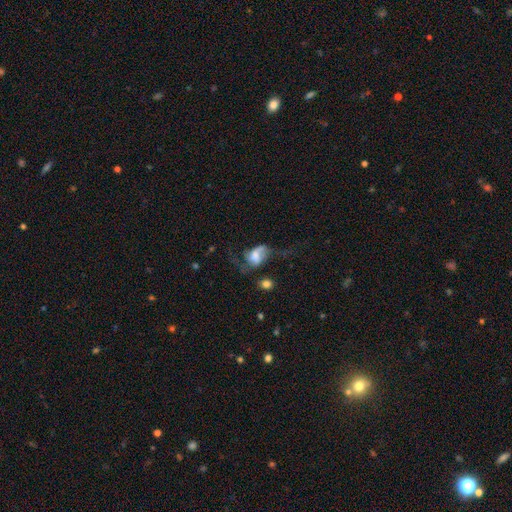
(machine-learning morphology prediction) Smooth or featured: featured or disk — 53% (smooth — 37%)
Edge-on disk: no — 96% (yes — 4%)
Bar: no — 54% (weak — 34%)
Spiral arms: yes — 74% (no — 26%)
Bulge size: moderate — 29% (large — 25%)
Merging: major disturbance — 43% (none — 28%)